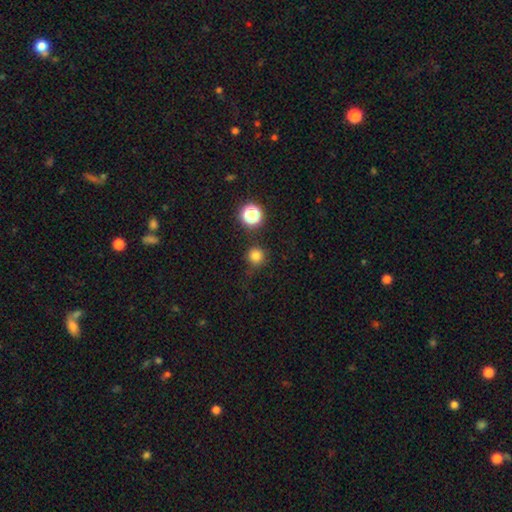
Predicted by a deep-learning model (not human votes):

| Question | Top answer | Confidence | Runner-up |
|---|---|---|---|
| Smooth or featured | smooth | 78% | star or artifact (17%) |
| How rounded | round | 95% | in between (4%) |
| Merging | none | 78% | minor disturbance (13%) |